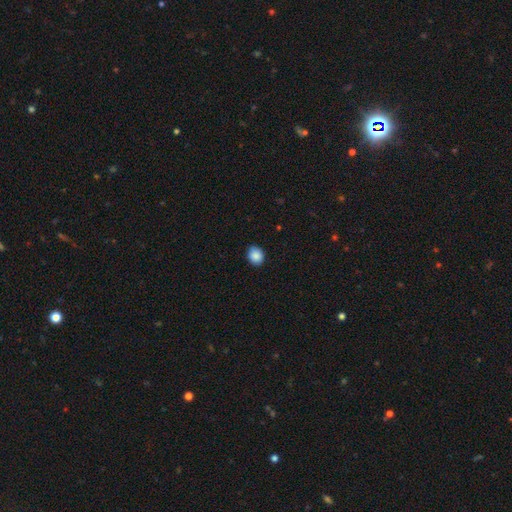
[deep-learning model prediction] Q: Smooth or featured?
A: smooth (87%); runner-up: star or artifact (9%)
Q: How rounded?
A: round (65%); runner-up: in between (34%)
Q: Merging?
A: none (86%); runner-up: minor disturbance (11%)